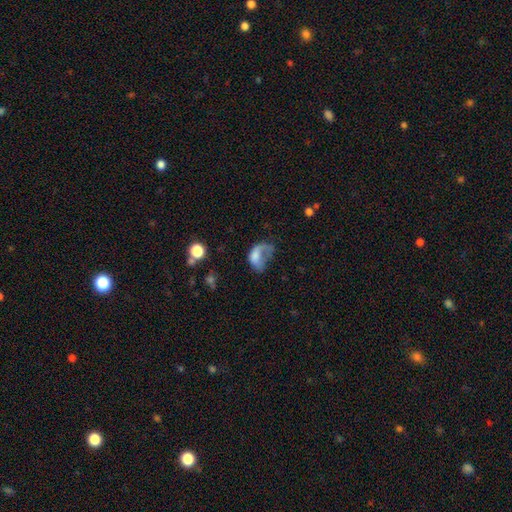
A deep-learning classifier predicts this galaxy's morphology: Q: Smooth or featured?
A: smooth (54%); runner-up: featured or disk (36%)
Q: How rounded?
A: in between (79%); runner-up: round (19%)
Q: Merging?
A: major disturbance (60%); runner-up: minor disturbance (18%)